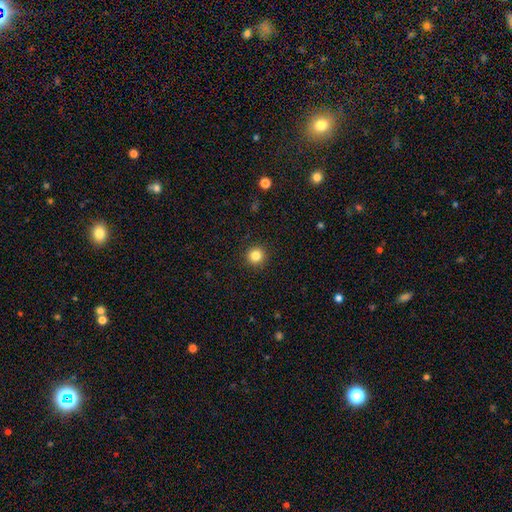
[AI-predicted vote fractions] This is clearly a smooth galaxy (83%). How rounded: clearly round (95%). Merging: clearly none (93%).